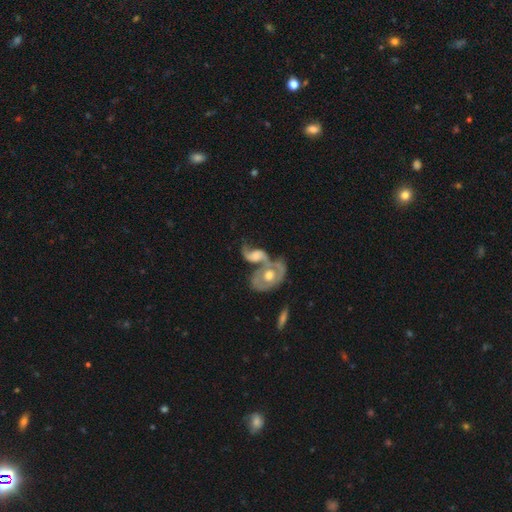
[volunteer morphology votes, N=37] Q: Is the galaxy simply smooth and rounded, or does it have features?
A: featured or disk — 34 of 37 (92%).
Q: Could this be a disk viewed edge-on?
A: no — 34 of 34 (100%).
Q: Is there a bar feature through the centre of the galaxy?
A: no — 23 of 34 (68%).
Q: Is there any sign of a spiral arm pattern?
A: yes — 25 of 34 (74%).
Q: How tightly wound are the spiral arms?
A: loose — 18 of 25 (72%).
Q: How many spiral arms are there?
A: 2 — 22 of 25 (88%).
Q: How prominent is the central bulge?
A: moderate — 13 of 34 (38%, tied with small).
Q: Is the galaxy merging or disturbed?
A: merger — 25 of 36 (69%).